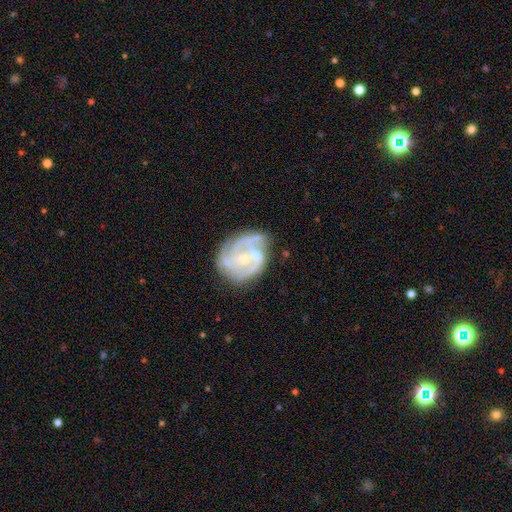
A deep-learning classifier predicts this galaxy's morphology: This appears to be a featured or disk galaxy (81%) with no bar (65%), 2 (31%) tight (48%) spiral arms (86%) and a small central bulge (60%). Merging: none (56%).